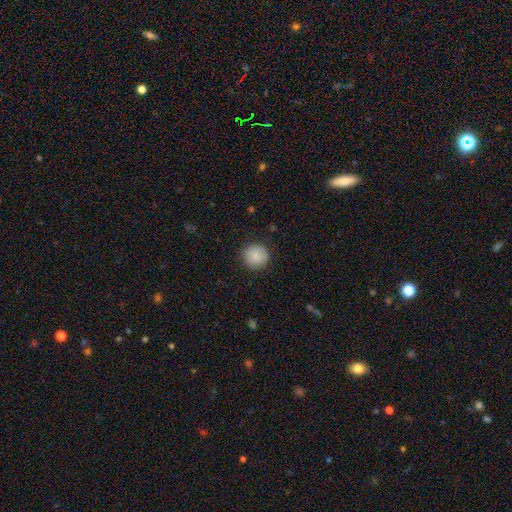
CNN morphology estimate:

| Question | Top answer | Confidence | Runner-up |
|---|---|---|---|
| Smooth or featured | smooth | 87% | star or artifact (7%) |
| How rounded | round | 94% | in between (5%) |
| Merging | none | 88% | minor disturbance (8%) |